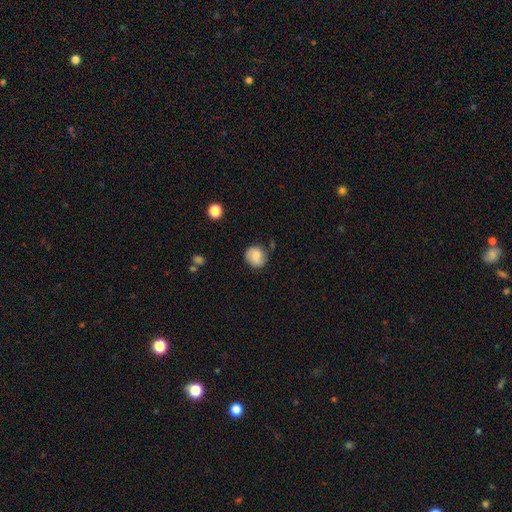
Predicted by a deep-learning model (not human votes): smooth-or-featured: smooth: 71% | featured or disk: 20% | star or artifact: 9%
  how-rounded: round: 82% | in between: 17% | cigar-shaped: 1%
  merging: none: 75% | minor disturbance: 18% | major disturbance: 4% | merger: 3%